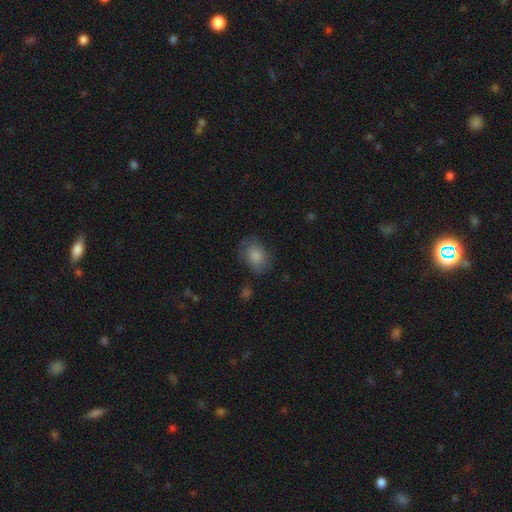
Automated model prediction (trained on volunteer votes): This appears to be a smooth galaxy with no disk features (80%) that is in between round and cigar-shaped (63%). Merging: none (60%).